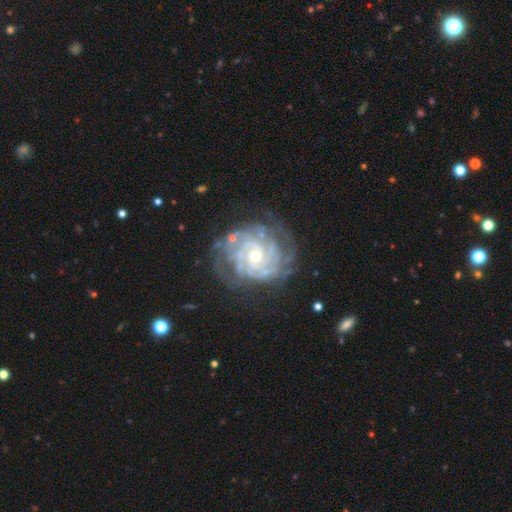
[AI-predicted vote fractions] Smooth or featured? Predicted: featured or disk (p=0.89). Edge-on disk? Predicted: no (p=0.98). Bar? Predicted: no (p=0.71). Spiral arms? Predicted: yes (p=0.97). Spiral winding? Predicted: tight (p=0.76). Spiral arm count? Predicted: can't tell (p=0.30). Bulge size? Predicted: small (p=0.60). Merging? Predicted: none (p=0.70).